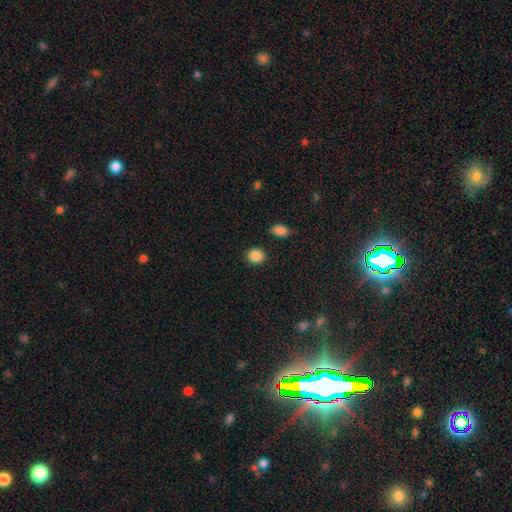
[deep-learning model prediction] Smooth or featured: smooth — 88% (star or artifact — 9%)
How rounded: round — 85% (in between — 14%)
Merging: none — 88% (minor disturbance — 7%)